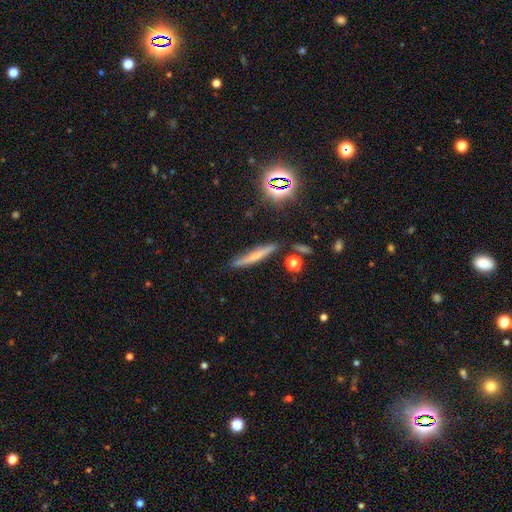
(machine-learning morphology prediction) type=smooth (55%); roundness=cigar-shaped (91%); merging=none (80%).